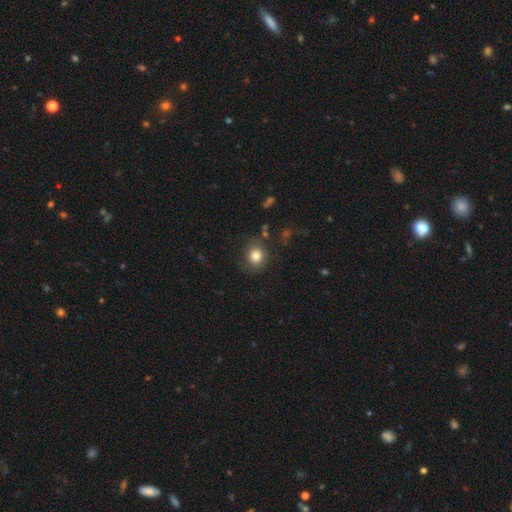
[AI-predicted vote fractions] smooth 82%, star or artifact 11%, featured or disk 7%. Down the decision tree: how rounded — round (74%); merging — none (80%).